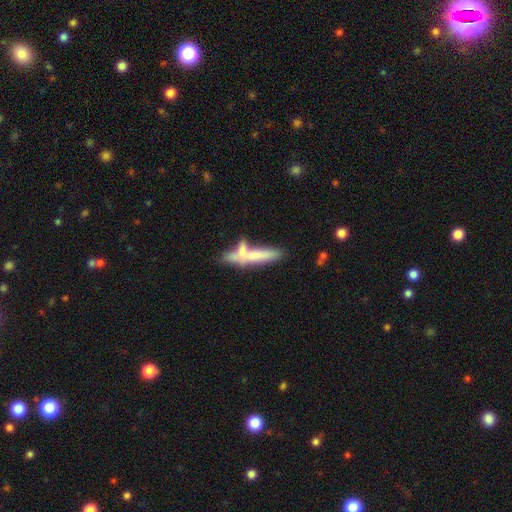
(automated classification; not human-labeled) This is likely a smooth galaxy (62%). How rounded: clearly cigar-shaped (82%). Merging: marginally merger (42%).